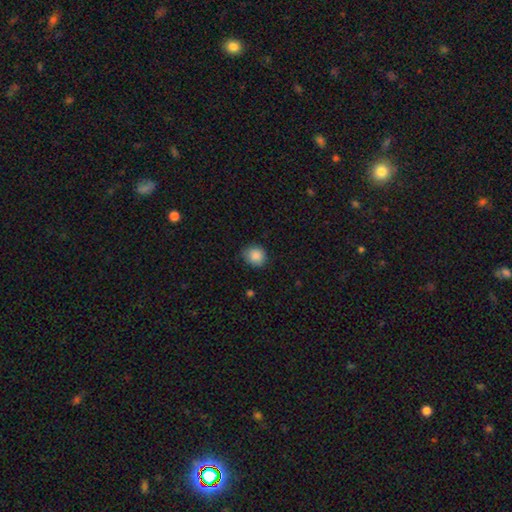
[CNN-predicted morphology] A smooth galaxy with no disk features (87%) that is round (83%).

Vote fractions:
- Smooth or featured? smooth: 87% / star or artifact: 9% / featured or disk: 4%
- How rounded? round: 83% / in between: 16% / cigar-shaped: 1%
- Merging? none: 79% / minor disturbance: 17% / major disturbance: 3% / merger: 1%